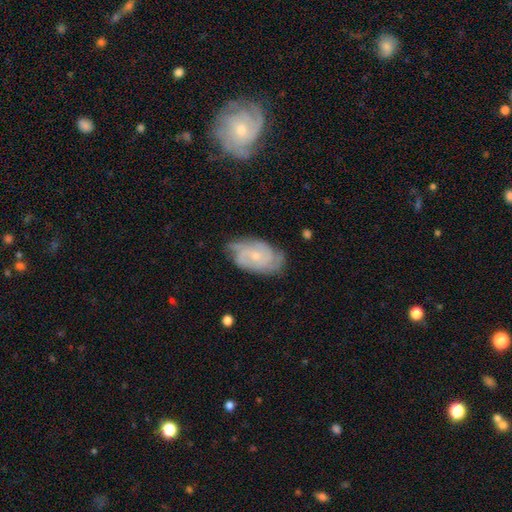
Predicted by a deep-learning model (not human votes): Smooth or featured?
  - featured or disk: 78% *
  - smooth: 16%
  - star or artifact: 6%
Edge-on disk?
  - no: 96% *
  - yes: 4%
Bar?
  - no: 69% *
  - weak: 27%
  - strong: 4%
Spiral arms?
  - yes: 95% *
  - no: 5%
Spiral winding?
  - tight: 57% *
  - medium: 34%
  - loose: 9%
Spiral arm count?
  - can't tell: 29% *
  - 3: 26%
  - 2: 24%
  - 4: 11%
  - 1: 5%
  - more than 4: 5%
Bulge size?
  - small: 71% *
  - moderate: 23%
  - none: 4%
  - large: 1%
  - dominant: 1%
Merging?
  - none: 69% *
  - minor disturbance: 23%
  - major disturbance: 6%
  - merger: 2%